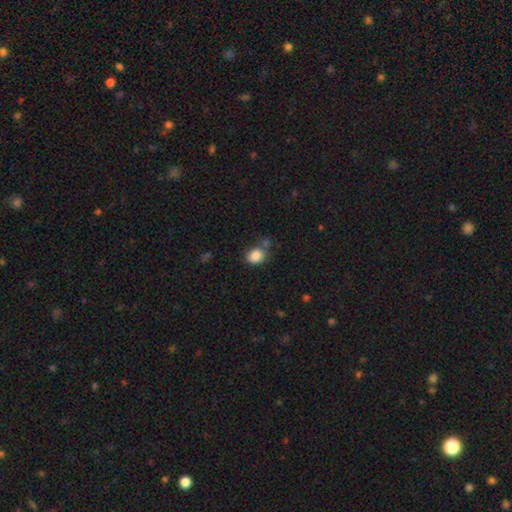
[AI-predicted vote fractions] A smooth galaxy with no disk features (86%) that is in between round and cigar-shaped (55%).

Vote fractions:
- Smooth or featured? smooth: 86% / star or artifact: 9% / featured or disk: 4%
- How rounded? in between: 55% / round: 44% / cigar-shaped: 1%
- Merging? none: 63% / minor disturbance: 18% / merger: 13% / major disturbance: 6%